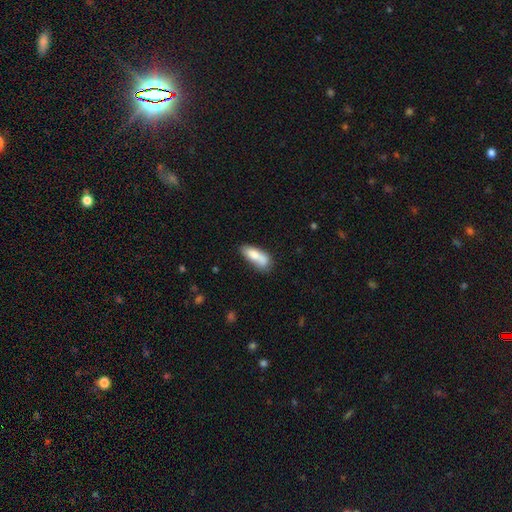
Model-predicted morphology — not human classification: smooth_or_featured: smooth (p=0.74) [alt: featured or disk p=0.19]
how_rounded: in between (p=0.67) [alt: cigar-shaped p=0.30]
merging: none (p=0.39) [alt: merger p=0.32]